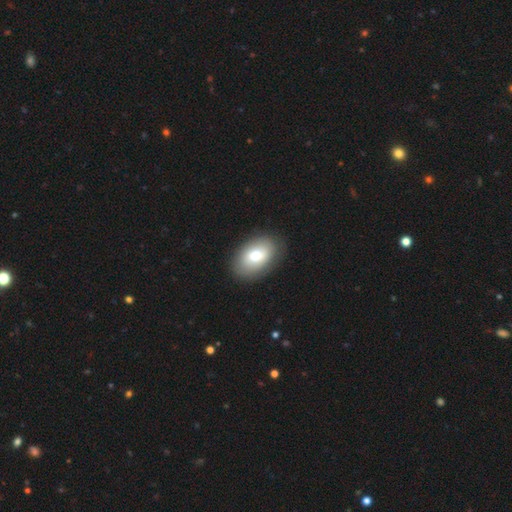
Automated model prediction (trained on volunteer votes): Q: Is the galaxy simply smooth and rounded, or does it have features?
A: smooth — 74%.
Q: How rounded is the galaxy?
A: in between — 88%.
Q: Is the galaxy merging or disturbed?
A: none — 87%.